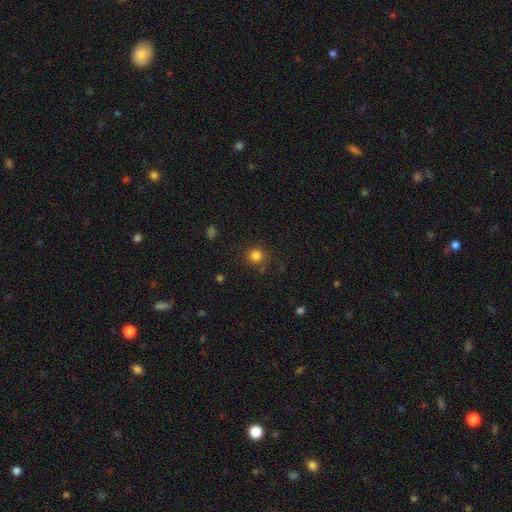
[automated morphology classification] smooth_or_featured: smooth (p=0.82) [alt: star or artifact p=0.13]
how_rounded: round (p=0.92) [alt: in between p=0.07]
merging: none (p=0.84) [alt: minor disturbance p=0.10]